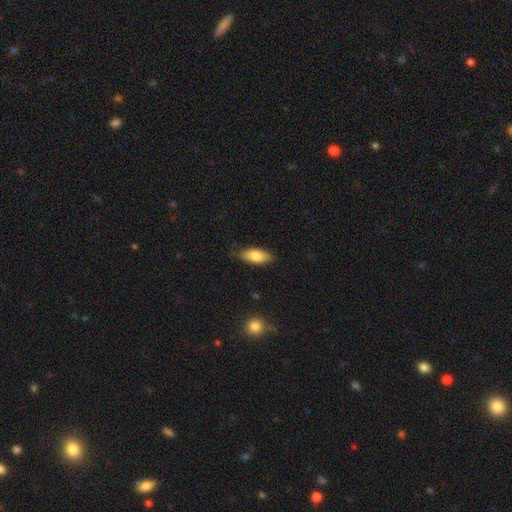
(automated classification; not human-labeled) A smooth galaxy with no disk features (79%) that is in between round and cigar-shaped (83%).

Vote fractions:
- Smooth or featured? smooth: 79% / featured or disk: 14% / star or artifact: 6%
- How rounded? in between: 83% / cigar-shaped: 14% / round: 3%
- Merging? none: 78% / minor disturbance: 18% / major disturbance: 3% / merger: 1%